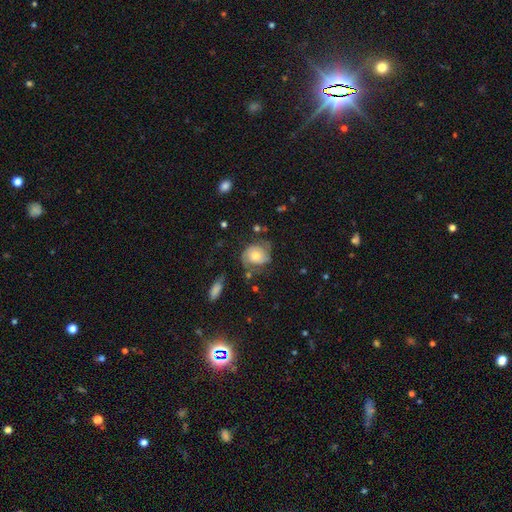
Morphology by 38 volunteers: This is likely a featured or disk galaxy (79%). It is clearly not viewed edge-on (97%). Bar: clearly no (83%). Spiral arm pattern: clearly yes (97%). Spiral arm count: likely 2 (79%). Spiral winding: possibly tight (50%). Central bulge: likely moderate (62%). Merging: possibly none (57%).